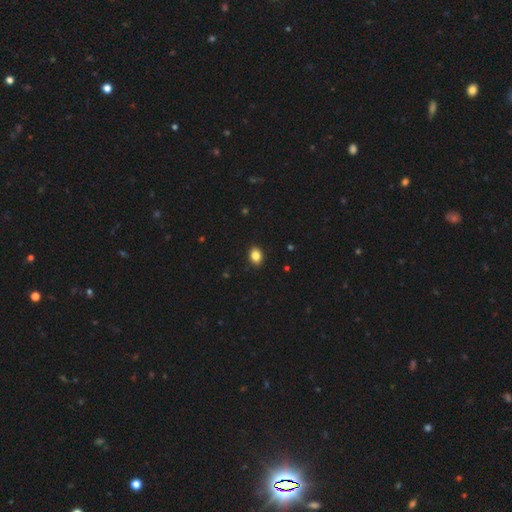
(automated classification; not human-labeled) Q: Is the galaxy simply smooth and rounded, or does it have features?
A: smooth — 85%.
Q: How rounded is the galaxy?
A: in between — 70%.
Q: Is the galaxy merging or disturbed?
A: none — 90%.